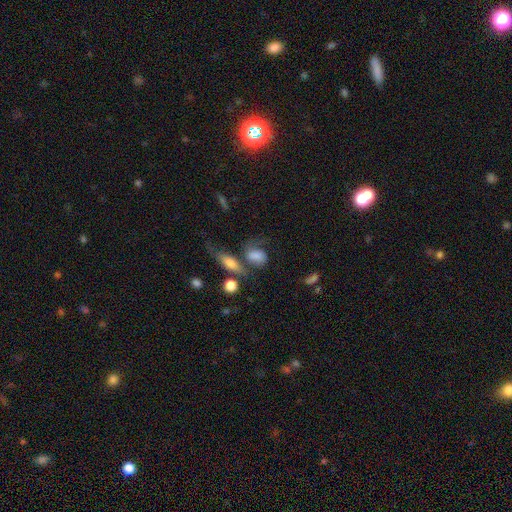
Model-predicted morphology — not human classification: A smooth galaxy with no disk features (63%) that is in between round and cigar-shaped (61%). Merging: none (39%).